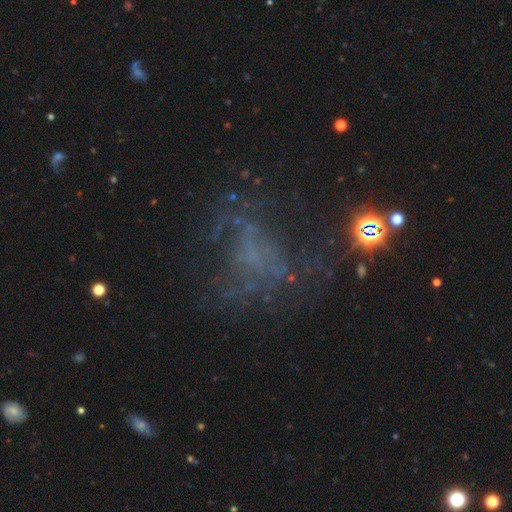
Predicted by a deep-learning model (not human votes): A featured or disk galaxy (47%).

Vote fractions:
- Smooth or featured? featured or disk: 47% / star or artifact: 35% / smooth: 18%
- Merging? none: 47% / major disturbance: 33% / minor disturbance: 16% / merger: 4%